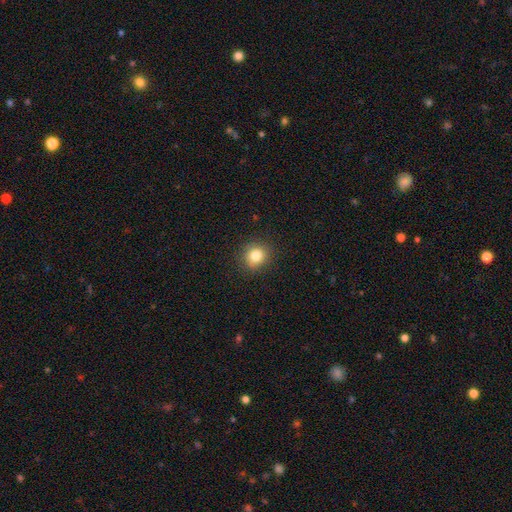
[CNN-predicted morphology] Q: Smooth or featured?
A: smooth (82%); runner-up: star or artifact (11%)
Q: How rounded?
A: round (84%); runner-up: in between (15%)
Q: Merging?
A: none (88%); runner-up: minor disturbance (8%)